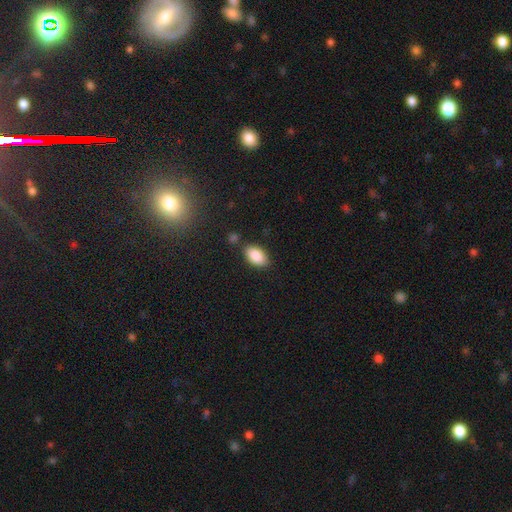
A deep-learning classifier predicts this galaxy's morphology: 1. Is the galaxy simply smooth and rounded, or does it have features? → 88% smooth, 7% star or artifact, 5% featured or disk.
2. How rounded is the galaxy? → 93% in between, 5% round, 2% cigar-shaped.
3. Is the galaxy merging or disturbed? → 79% none, 13% minor disturbance, 5% merger, 3% major disturbance.